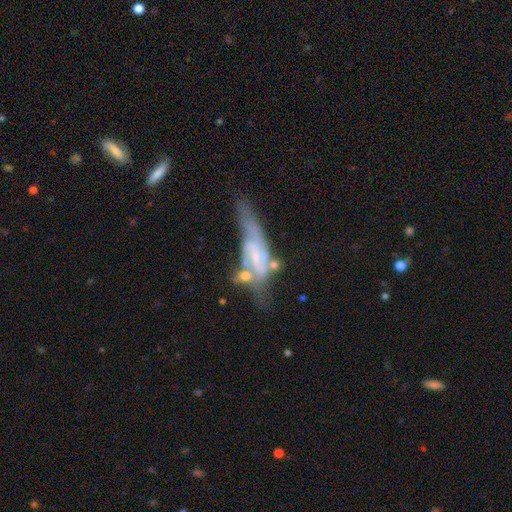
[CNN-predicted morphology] A featured or disk galaxy (70%).

Vote fractions:
- Smooth or featured? featured or disk: 70% / smooth: 20% / star or artifact: 9%
- Edge-on disk? no: 70% / yes: 30%
- Merging? none: 32% / major disturbance: 24% / merger: 22% / minor disturbance: 21%